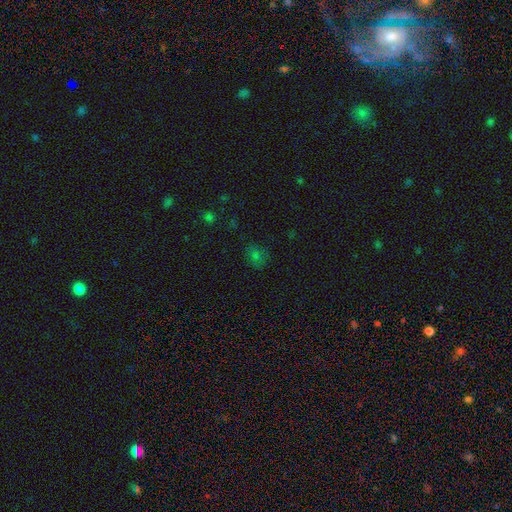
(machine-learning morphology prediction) smooth 60%, star or artifact 30%, featured or disk 10%. Down the decision tree: how rounded — round (68%); merging — none (79%).